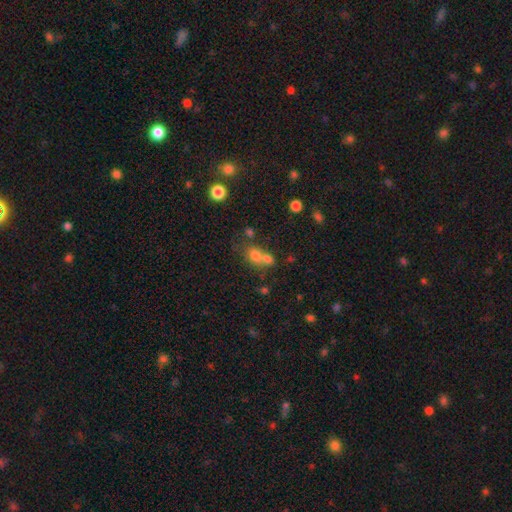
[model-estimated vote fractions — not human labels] Morphology: type=smooth (72%); roundness=round (52%); merging=merger (54%).